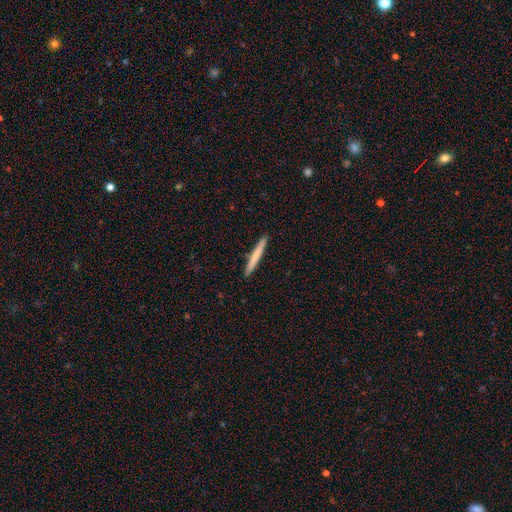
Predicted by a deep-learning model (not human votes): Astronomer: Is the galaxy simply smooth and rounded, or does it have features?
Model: smooth — 67%.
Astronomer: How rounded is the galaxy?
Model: cigar-shaped — 97%.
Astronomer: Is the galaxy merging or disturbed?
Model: none — 92%.